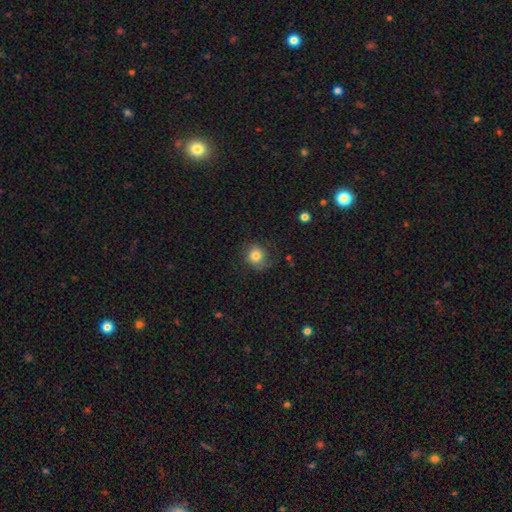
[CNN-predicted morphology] A smooth galaxy with no disk features (80%) that is round (83%).

Vote fractions:
- Smooth or featured? smooth: 80% / star or artifact: 10% / featured or disk: 10%
- How rounded? round: 83% / in between: 16% / cigar-shaped: 1%
- Merging? none: 72% / minor disturbance: 19% / major disturbance: 7% / merger: 1%